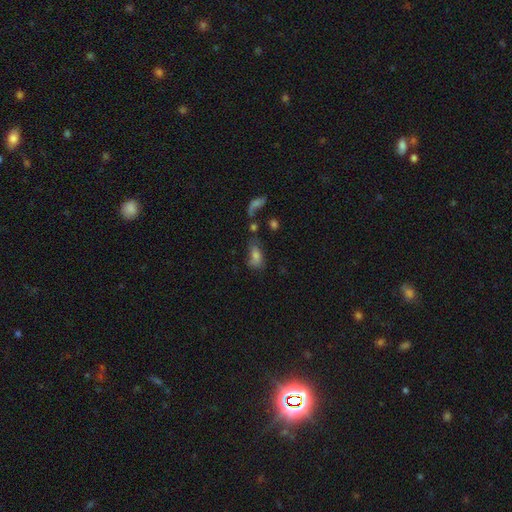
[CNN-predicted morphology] Smooth or featured: smooth — 66% (featured or disk — 20%)
How rounded: in between — 83% (cigar-shaped — 10%)
Merging: none — 37% (minor disturbance — 24%)